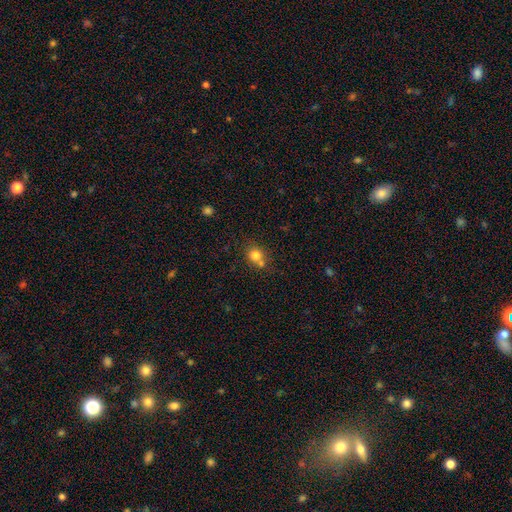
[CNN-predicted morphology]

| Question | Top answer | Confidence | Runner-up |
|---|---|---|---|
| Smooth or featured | smooth | 78% | star or artifact (12%) |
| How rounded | round | 79% | in between (20%) |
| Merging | none | 52% | merger (33%) |